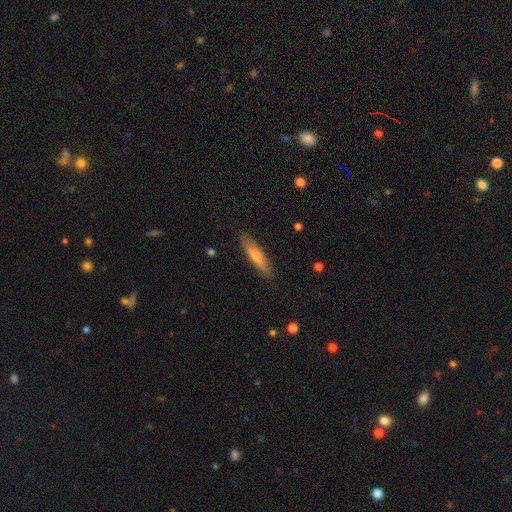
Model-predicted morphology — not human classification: smooth-or-featured: smooth: 62% | featured or disk: 32% | star or artifact: 6%
  how-rounded: cigar-shaped: 83% | in between: 15% | round: 2%
  merging: none: 88% | minor disturbance: 9% | major disturbance: 2% | merger: 1%